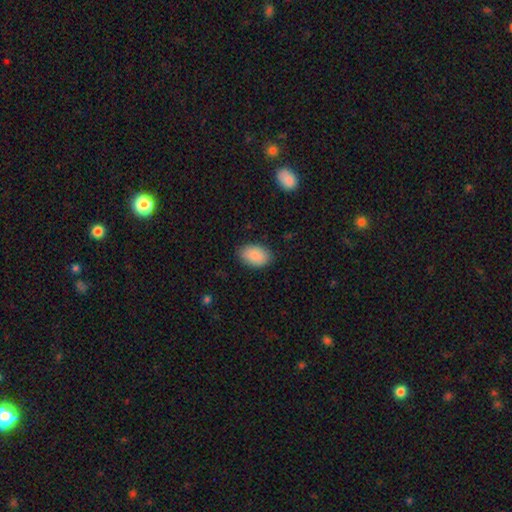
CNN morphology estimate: smooth 89%, star or artifact 7%, featured or disk 4%. Down the decision tree: how rounded — in between (89%); merging — none (85%).